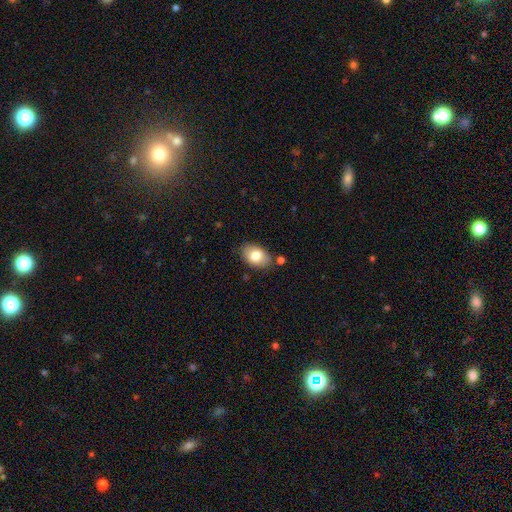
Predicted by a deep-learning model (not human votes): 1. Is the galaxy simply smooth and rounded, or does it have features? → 81% smooth, 12% featured or disk, 7% star or artifact.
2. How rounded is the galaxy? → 87% in between, 12% round, 1% cigar-shaped.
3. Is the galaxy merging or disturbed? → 77% none, 15% minor disturbance, 5% merger, 3% major disturbance.